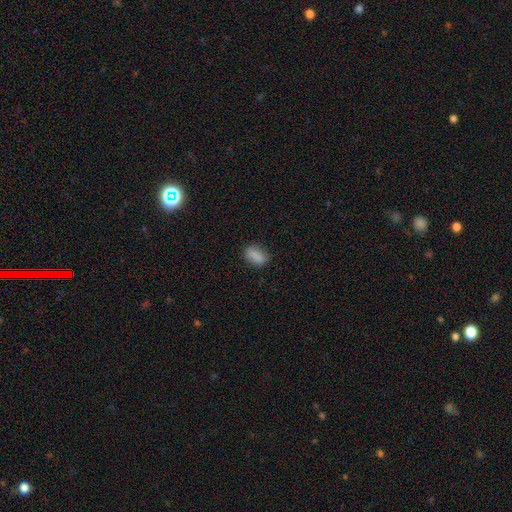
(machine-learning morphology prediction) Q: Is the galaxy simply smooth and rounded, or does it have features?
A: smooth — 85%.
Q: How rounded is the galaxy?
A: in between — 81%.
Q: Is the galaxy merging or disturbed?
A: none — 82%.